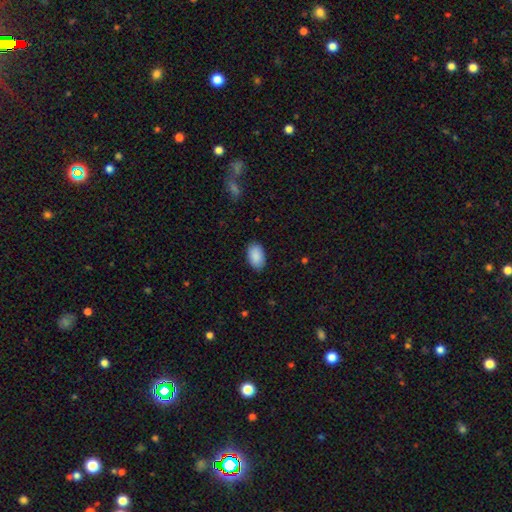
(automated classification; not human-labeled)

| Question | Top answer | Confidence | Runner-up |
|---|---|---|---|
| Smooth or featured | smooth | 90% | star or artifact (6%) |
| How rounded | in between | 93% | round (6%) |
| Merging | none | 87% | minor disturbance (10%) |